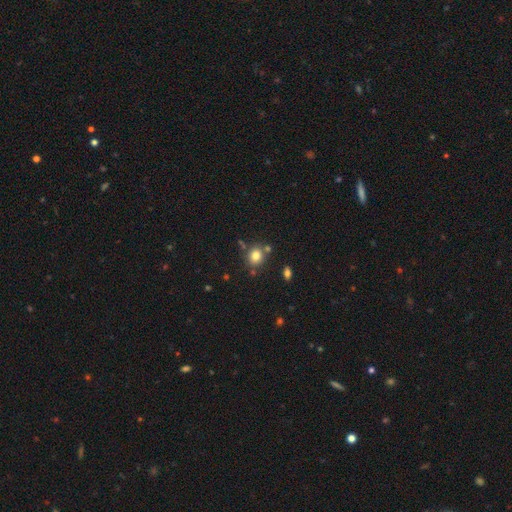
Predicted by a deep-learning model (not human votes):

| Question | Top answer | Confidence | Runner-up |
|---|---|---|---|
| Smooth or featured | smooth | 81% | star or artifact (12%) |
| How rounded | round | 68% | in between (31%) |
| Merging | none | 74% | minor disturbance (12%) |